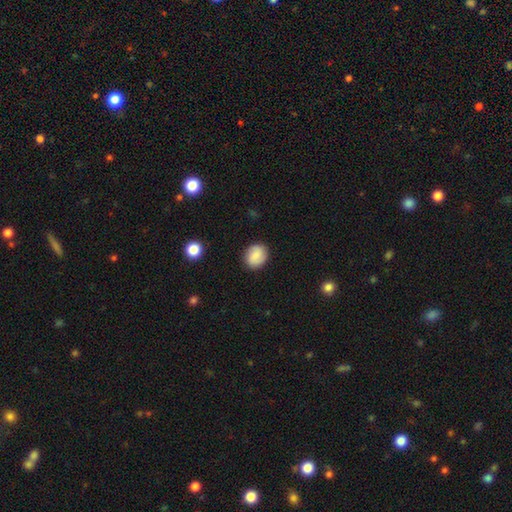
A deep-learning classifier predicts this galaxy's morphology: smooth-or-featured: smooth: 81% | featured or disk: 12% | star or artifact: 8%
  how-rounded: round: 60% | in between: 39% | cigar-shaped: 1%
  merging: none: 87% | minor disturbance: 10% | major disturbance: 2% | merger: 1%